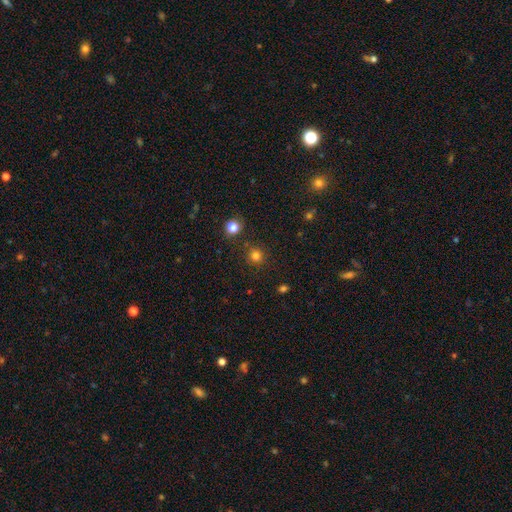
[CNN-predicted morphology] Smooth or featured? smooth (79%)
How rounded? round (92%)
Merging? none (87%)